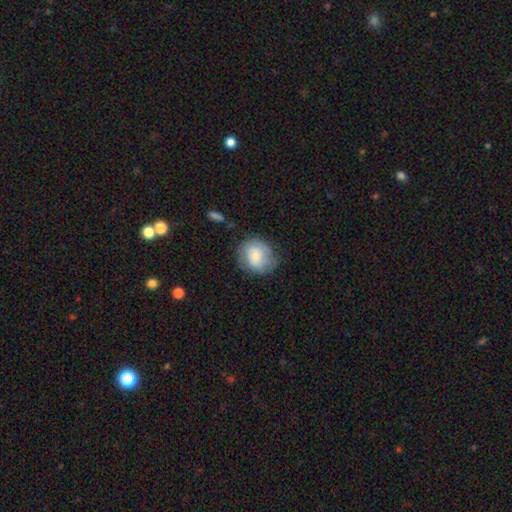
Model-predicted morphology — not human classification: Smooth or featured: smooth — 71% (featured or disk — 22%)
How rounded: round — 80% (in between — 19%)
Merging: none — 70% (minor disturbance — 21%)